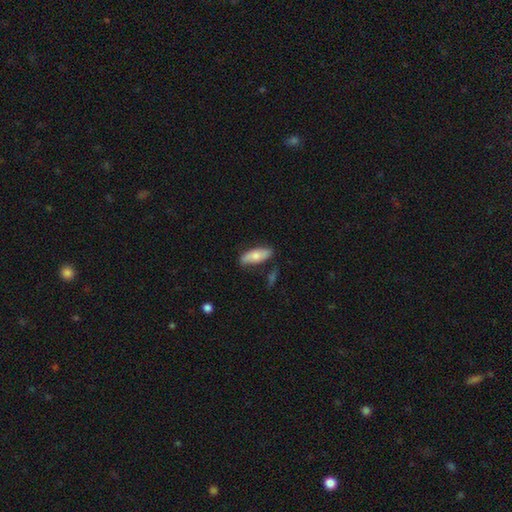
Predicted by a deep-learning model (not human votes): Smooth or featured: smooth — 76% (featured or disk — 19%)
How rounded: in between — 72% (cigar-shaped — 26%)
Merging: none — 80% (minor disturbance — 14%)